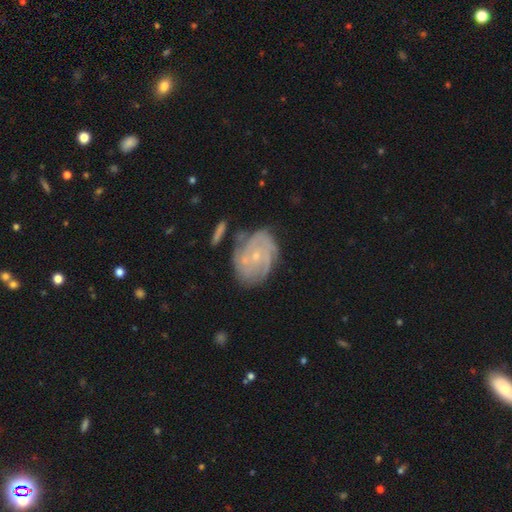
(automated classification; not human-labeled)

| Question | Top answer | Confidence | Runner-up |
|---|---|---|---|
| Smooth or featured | featured or disk | 80% | smooth (14%) |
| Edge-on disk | no | 97% | yes (3%) |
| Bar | no | 74% | weak (22%) |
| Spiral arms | yes | 90% | no (10%) |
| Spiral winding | tight | 64% | medium (28%) |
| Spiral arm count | can't tell | 35% | 3 (21%) |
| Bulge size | small | 78% | moderate (18%) |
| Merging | none | 65% | minor disturbance (20%) |